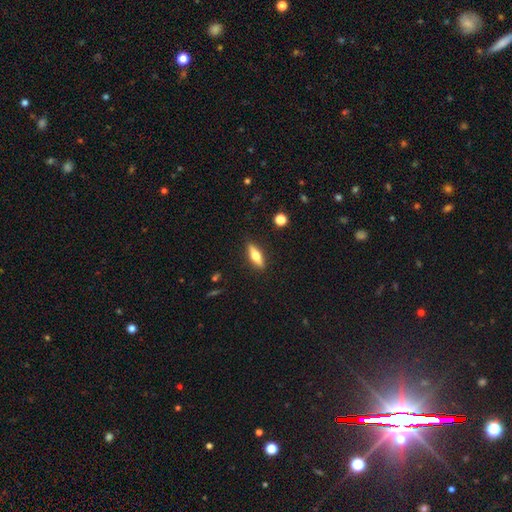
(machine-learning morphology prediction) featured or disk 47%, smooth 46%, star or artifact 7%. Down the decision tree: merging — none (89%).